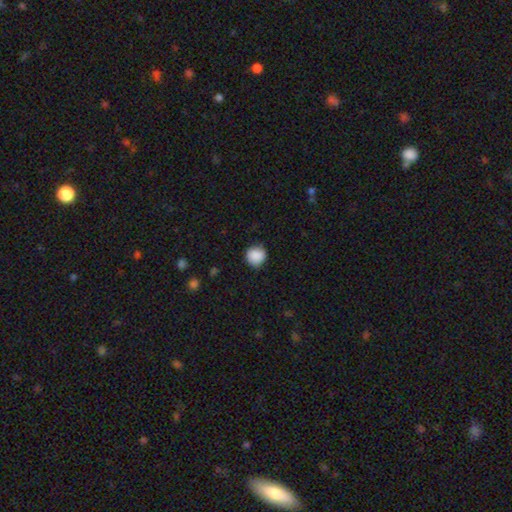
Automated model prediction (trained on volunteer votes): Q: Smooth or featured?
A: smooth (88%); runner-up: star or artifact (8%)
Q: How rounded?
A: round (91%); runner-up: in between (8%)
Q: Merging?
A: none (84%); runner-up: minor disturbance (12%)